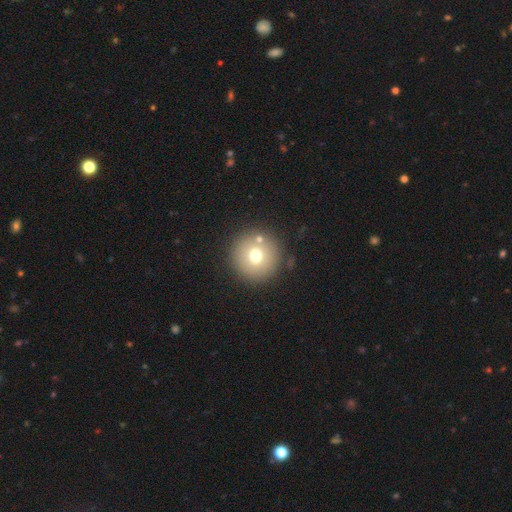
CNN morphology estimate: smooth 71%, featured or disk 16%, star or artifact 13%. Down the decision tree: how rounded — round (95%); merging — none (84%).